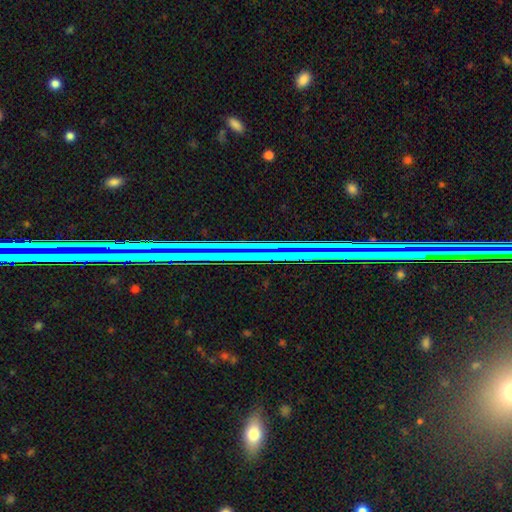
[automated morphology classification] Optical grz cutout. It shows a star or artifact, not a galaxy (71%).